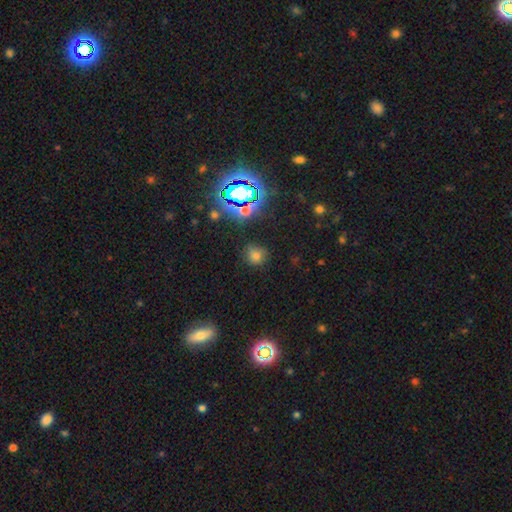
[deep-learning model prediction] Smooth or featured? smooth (64%)
How rounded? round (79%)
Merging? none (76%)